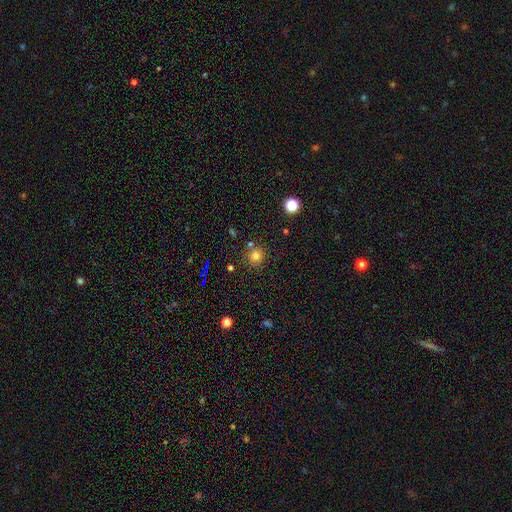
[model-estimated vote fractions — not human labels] Smooth or featured? smooth (77%)
How rounded? round (92%)
Merging? none (81%)